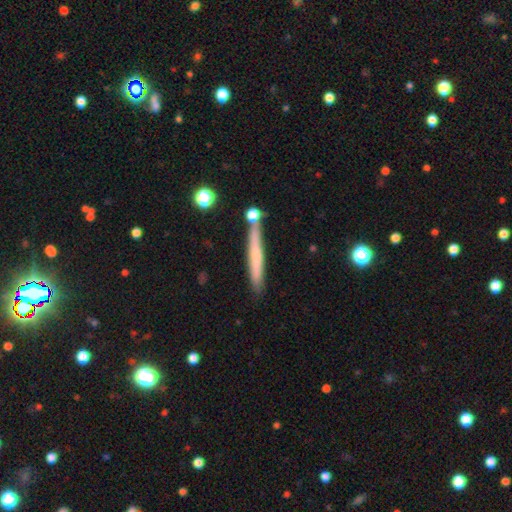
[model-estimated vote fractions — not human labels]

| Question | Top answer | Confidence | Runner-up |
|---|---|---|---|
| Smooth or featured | smooth | 56% | featured or disk (37%) |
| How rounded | cigar-shaped | 96% | in between (3%) |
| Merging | none | 81% | minor disturbance (11%) |